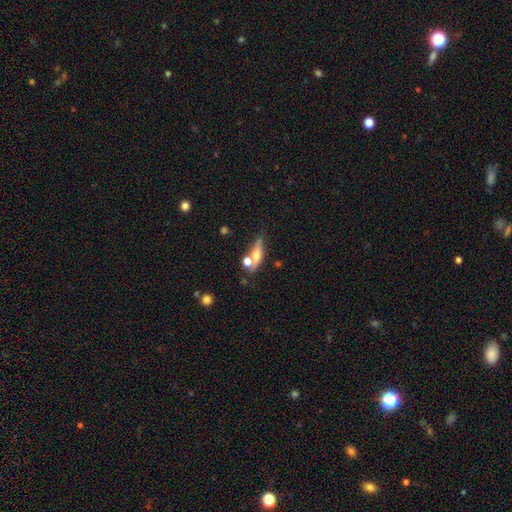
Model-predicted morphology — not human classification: This is possibly a smooth galaxy (51%). How rounded: possibly cigar-shaped (49%). Merging: possibly none (54%).